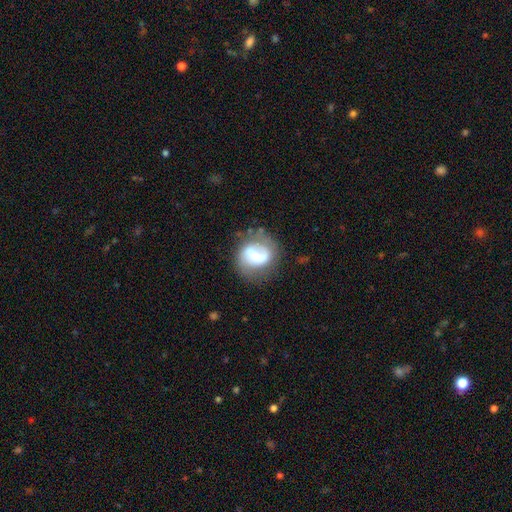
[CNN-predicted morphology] Smooth or featured?
  - featured or disk: 52% *
  - smooth: 40%
  - star or artifact: 8%
Edge-on disk?
  - no: 97% *
  - yes: 3%
Bar?
  - weak: 36% *
  - no: 34%
  - strong: 30%
Spiral arms?
  - yes: 65% *
  - no: 35%
Bulge size?
  - moderate: 25% *
  - small: 24%
  - large: 22%
  - none: 21%
  - dominant: 8%
Merging?
  - none: 51% *
  - minor disturbance: 24%
  - major disturbance: 20%
  - merger: 5%